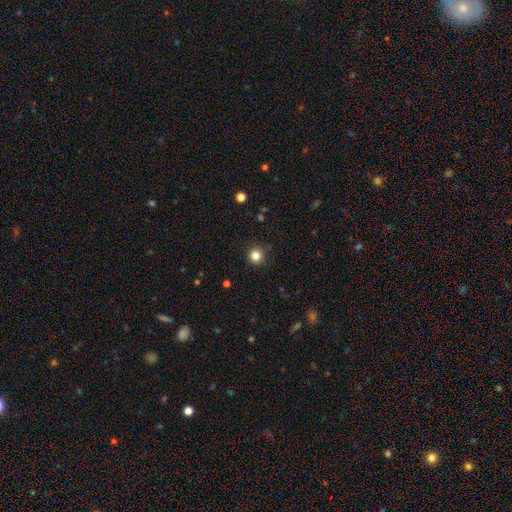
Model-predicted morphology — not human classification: A smooth galaxy with no disk features (83%) that is round (95%). Merging: none (88%).